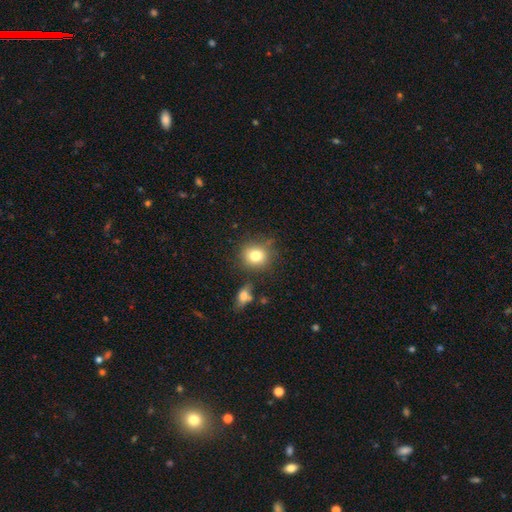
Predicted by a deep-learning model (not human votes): This appears to be a smooth galaxy with no disk features (80%) that is round (83%). Merging: none (76%).